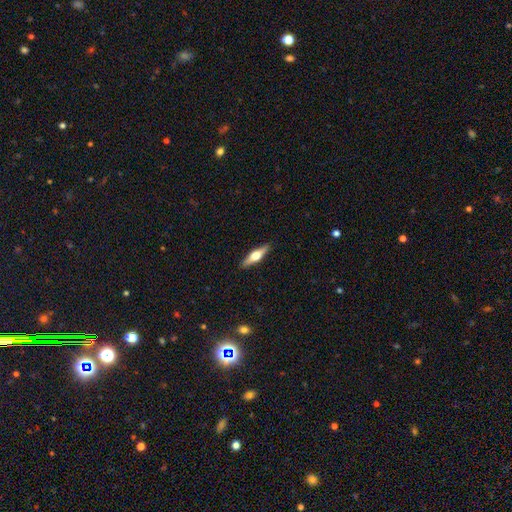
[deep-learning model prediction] smooth_or_featured: featured or disk (p=0.56) [alt: smooth p=0.39]
disk_edge_on: yes (p=0.95) [alt: no p=0.05]
edge_on_bulge: rounded (p=0.95) [alt: boxy p=0.04]
merging: none (p=0.90) [alt: minor disturbance p=0.07]